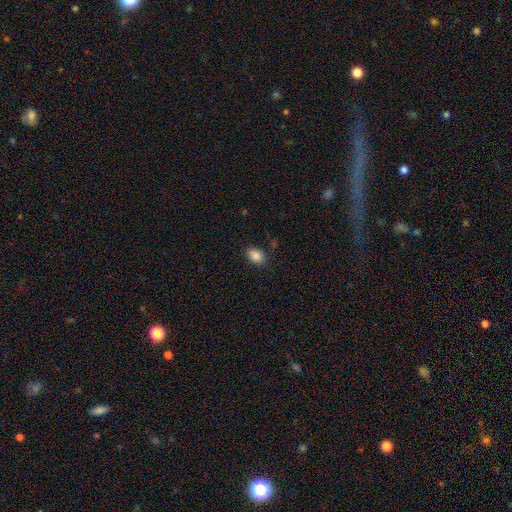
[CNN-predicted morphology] This is clearly a smooth galaxy (86%). How rounded: likely in between (70%). Merging: clearly none (84%).